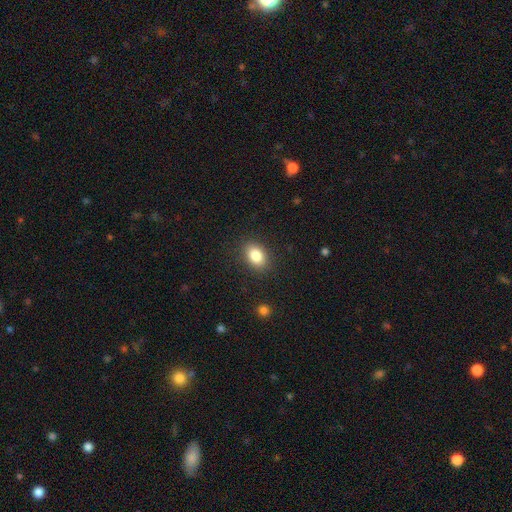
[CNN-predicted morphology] Smooth or featured?
  - smooth: 85% *
  - star or artifact: 8%
  - featured or disk: 7%
How rounded?
  - in between: 78% *
  - round: 20%
  - cigar-shaped: 1%
Merging?
  - none: 87% *
  - minor disturbance: 9%
  - major disturbance: 3%
  - merger: 1%